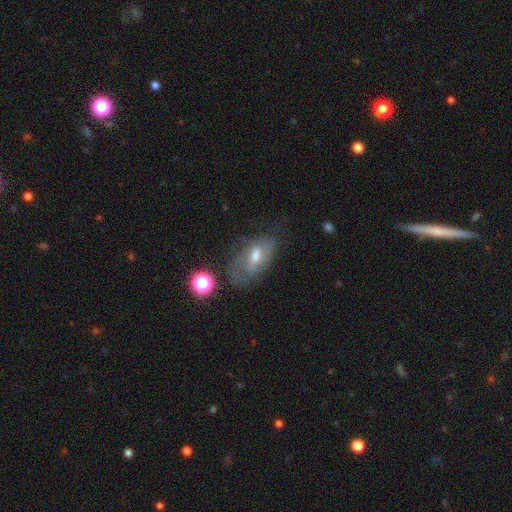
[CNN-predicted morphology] A featured or disk galaxy (51%).

Vote fractions:
- Smooth or featured? featured or disk: 51% / smooth: 38% / star or artifact: 11%
- Edge-on disk? no: 89% / yes: 11%
- Merging? none: 53% / minor disturbance: 27% / major disturbance: 17% / merger: 3%